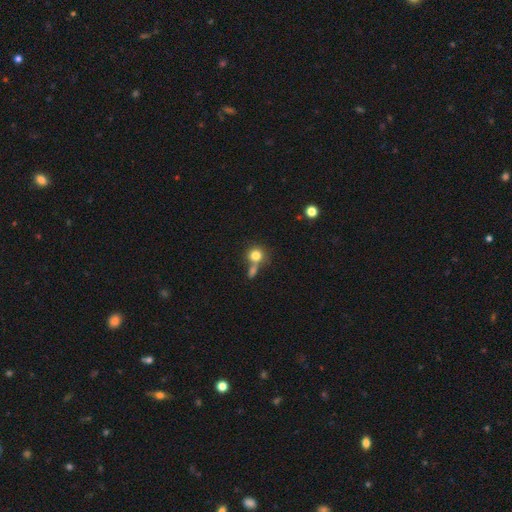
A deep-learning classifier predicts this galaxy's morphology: Smooth or featured: smooth — 80% (star or artifact — 11%)
How rounded: round — 85% (in between — 14%)
Merging: none — 50% (merger — 34%)